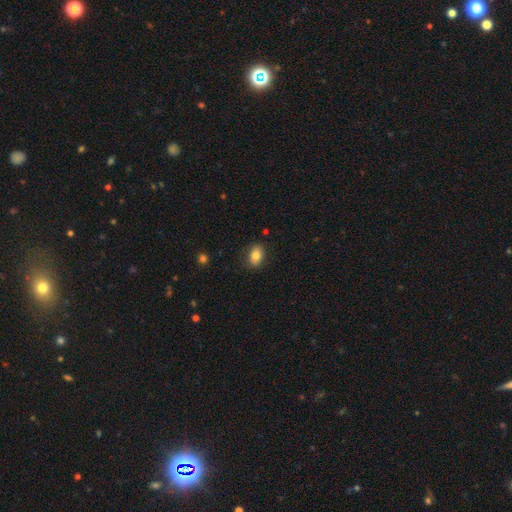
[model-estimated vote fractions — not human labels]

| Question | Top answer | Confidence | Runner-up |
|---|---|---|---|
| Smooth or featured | smooth | 82% | featured or disk (9%) |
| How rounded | in between | 83% | round (15%) |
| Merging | none | 83% | minor disturbance (13%) |